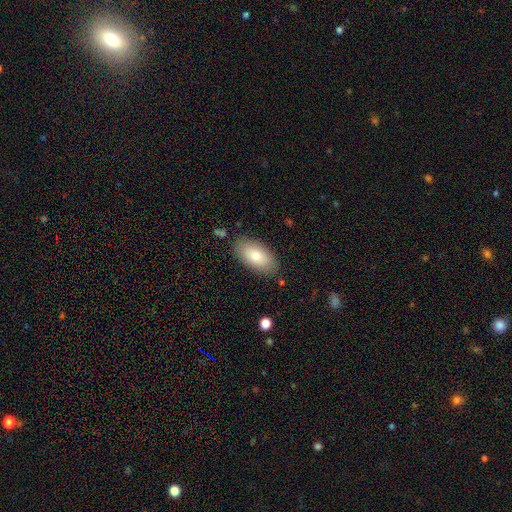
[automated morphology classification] smooth-or-featured: smooth: 76% | featured or disk: 17% | star or artifact: 7%
  how-rounded: in between: 93% | round: 3% | cigar-shaped: 3%
  merging: none: 84% | minor disturbance: 11% | major disturbance: 3% | merger: 2%